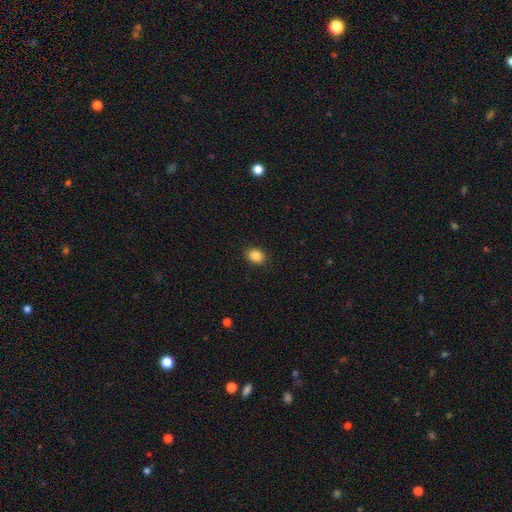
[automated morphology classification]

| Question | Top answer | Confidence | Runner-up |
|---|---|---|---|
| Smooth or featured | smooth | 86% | star or artifact (9%) |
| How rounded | in between | 59% | round (40%) |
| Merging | none | 90% | minor disturbance (7%) |